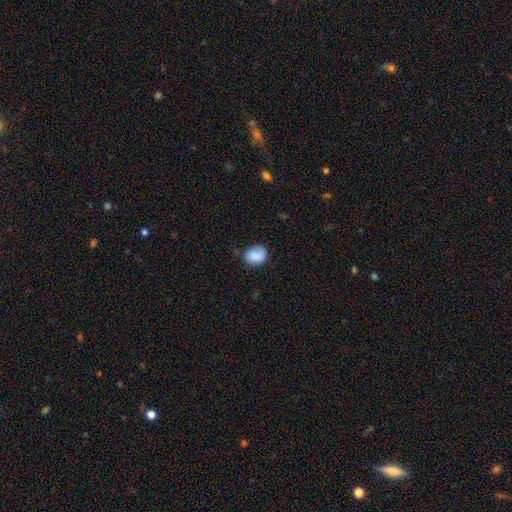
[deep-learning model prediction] A smooth galaxy with no disk features (84%) that is round (53%).

Vote fractions:
- Smooth or featured? smooth: 84% / featured or disk: 8% / star or artifact: 8%
- How rounded? round: 53% / in between: 46% / cigar-shaped: 1%
- Merging? none: 71% / minor disturbance: 22% / major disturbance: 5% / merger: 2%